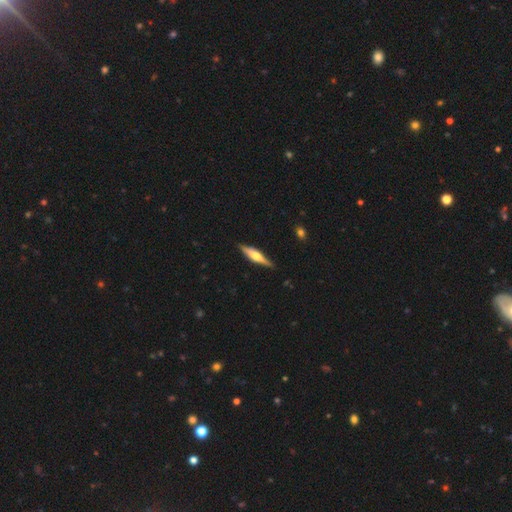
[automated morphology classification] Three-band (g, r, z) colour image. It shows a featured or disk galaxy (60%) viewed edge-on (95%) with a rounded central bulge (85%). Merging: none (86%).